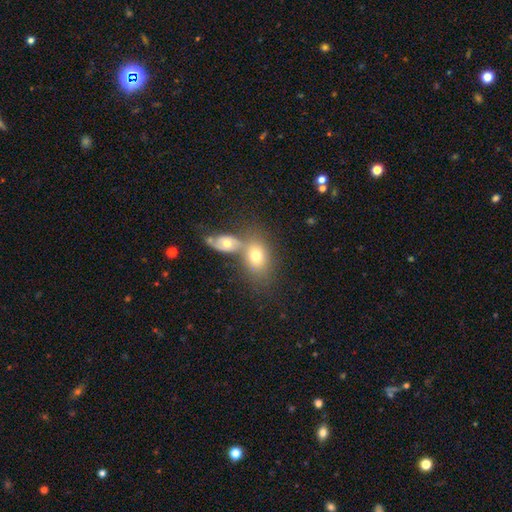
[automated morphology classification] type=smooth (68%); roundness=in between (76%); merging=merger (51%).